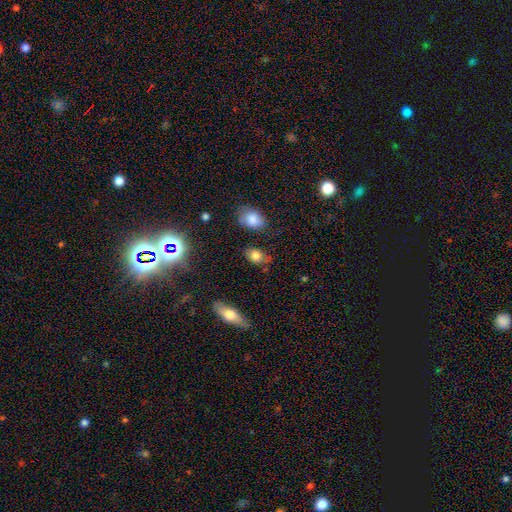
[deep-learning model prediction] Smooth or featured?
  - smooth: 76% *
  - featured or disk: 13%
  - star or artifact: 11%
How rounded?
  - in between: 71% *
  - round: 27%
  - cigar-shaped: 3%
Merging?
  - none: 67% *
  - minor disturbance: 23%
  - major disturbance: 6%
  - merger: 4%